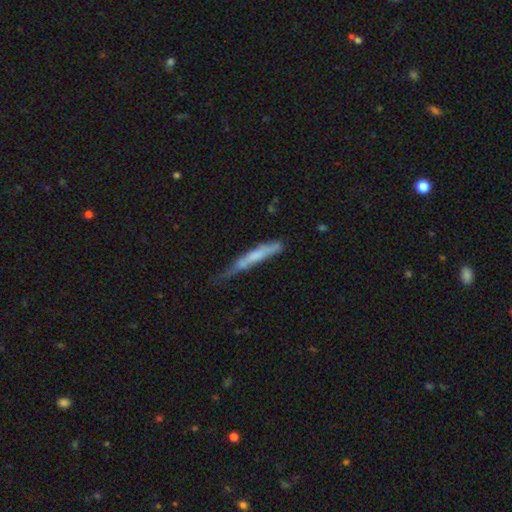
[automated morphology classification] A smooth galaxy with no disk features (53%) that is cigar-shaped (93%). Merging: none (45%).